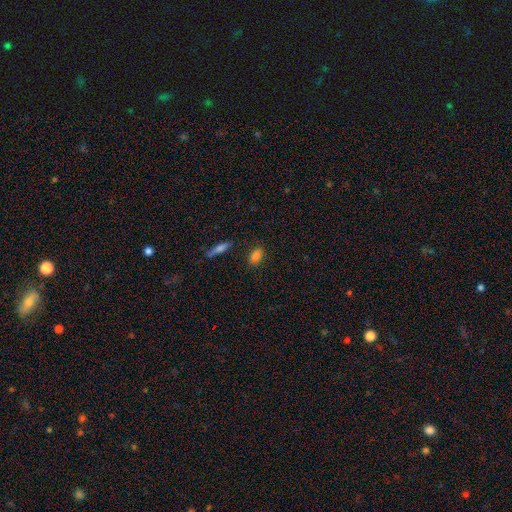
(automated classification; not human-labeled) Smooth or featured? Predicted: smooth (p=0.83). How rounded? Predicted: in between (p=0.85). Merging? Predicted: none (p=0.84).